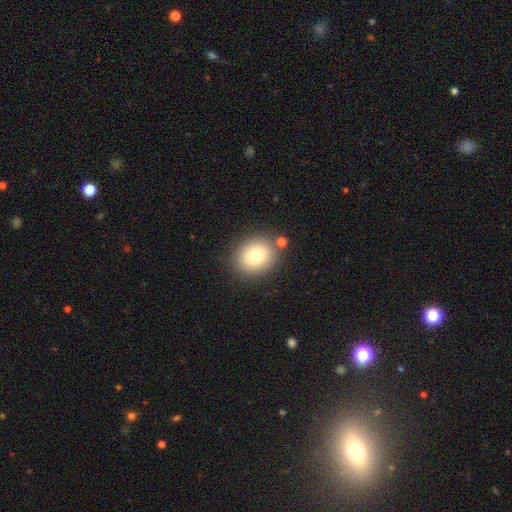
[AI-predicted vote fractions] A smooth galaxy with no disk features (78%) that is round (68%).

Vote fractions:
- Smooth or featured? smooth: 78% / featured or disk: 12% / star or artifact: 10%
- How rounded? round: 68% / in between: 31% / cigar-shaped: 1%
- Merging? none: 81% / minor disturbance: 10% / merger: 5% / major disturbance: 3%